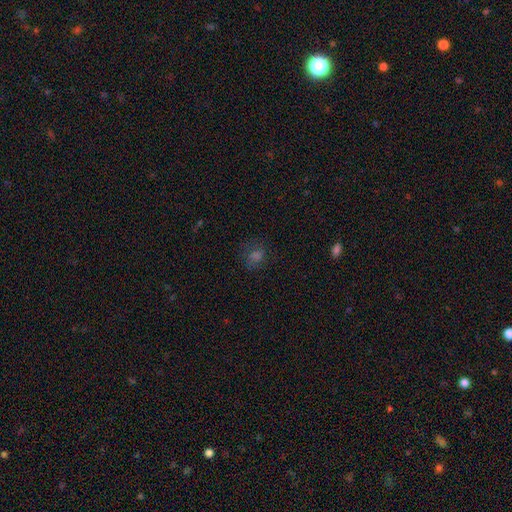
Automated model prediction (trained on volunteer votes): The model was most divided on "how rounded": round: 59%, in between: 39%, cigar-shaped: 2%. More confident: merging — none (73%); smooth or featured — smooth (55%).